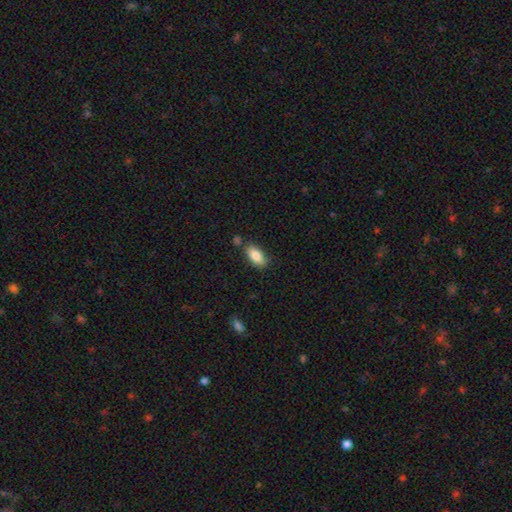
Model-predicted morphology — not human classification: Smooth or featured? Predicted: smooth (p=0.85). How rounded? Predicted: in between (p=0.90). Merging? Predicted: none (p=0.77).